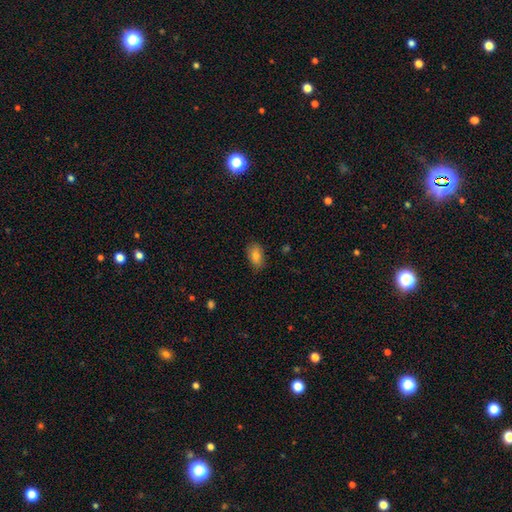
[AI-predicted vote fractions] Smooth or featured: smooth — 82% (featured or disk — 9%)
How rounded: in between — 91% (round — 6%)
Merging: none — 85% (minor disturbance — 12%)